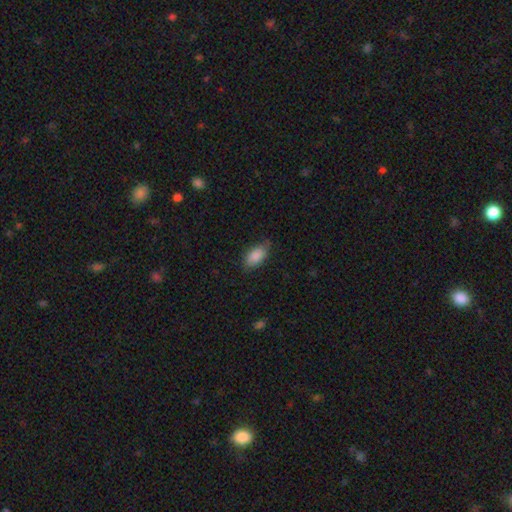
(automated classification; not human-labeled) smooth-or-featured: smooth: 88% | star or artifact: 6% | featured or disk: 6%
  how-rounded: in between: 92% | cigar-shaped: 5% | round: 3%
  merging: none: 75% | minor disturbance: 20% | major disturbance: 4% | merger: 1%